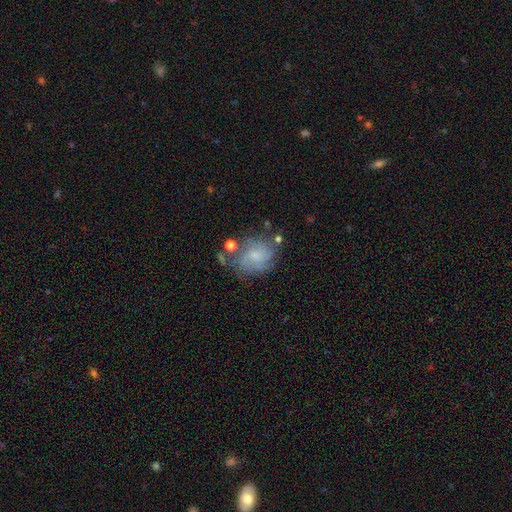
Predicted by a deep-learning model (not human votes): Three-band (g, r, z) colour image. It shows a featured or disk galaxy (65%) with no bar (69%), tight (46%) spiral arms (85%) and a small central bulge (56%). Merging: none (58%).